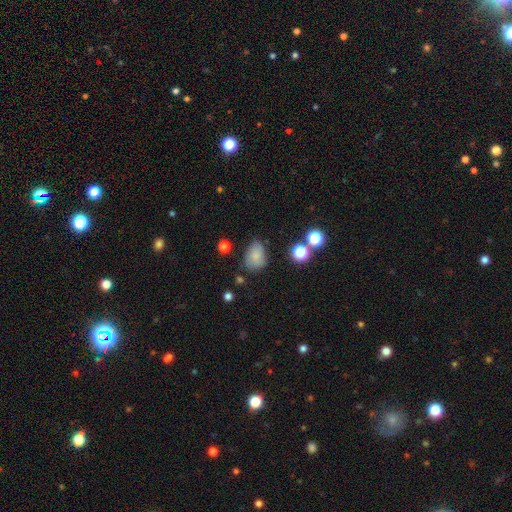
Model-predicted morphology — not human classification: This is likely a smooth galaxy (77%). How rounded: likely in between (76%). Merging: likely none (62%).